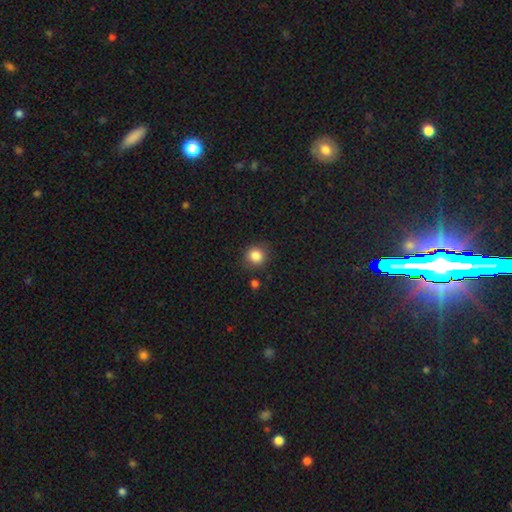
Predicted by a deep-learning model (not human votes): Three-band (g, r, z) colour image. It shows a smooth galaxy with no disk features (85%) that is round (86%). Merging: none (84%).